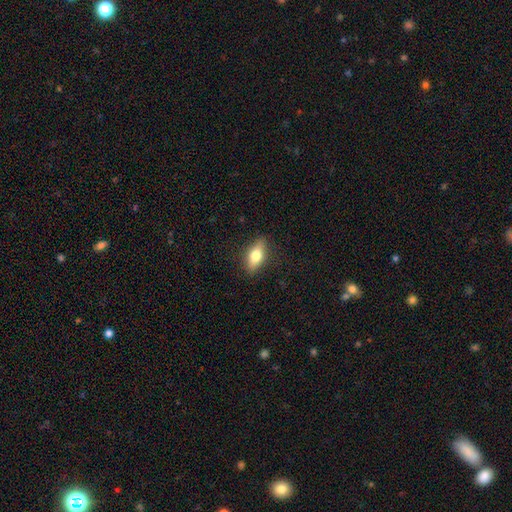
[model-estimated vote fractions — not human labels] Smooth or featured? Predicted: smooth (p=0.70). How rounded? Predicted: in between (p=0.76). Merging? Predicted: none (p=0.86).